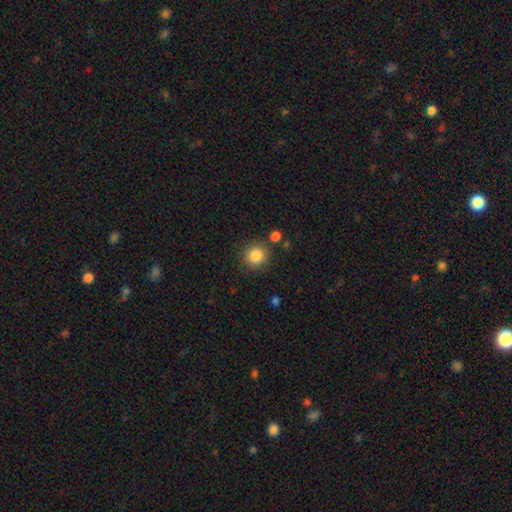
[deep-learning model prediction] Smooth or featured: smooth — 86% (star or artifact — 10%)
How rounded: round — 91% (in between — 8%)
Merging: none — 83% (minor disturbance — 9%)